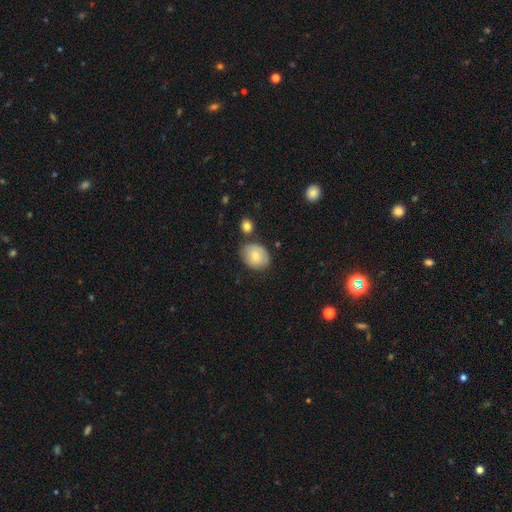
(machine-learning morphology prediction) smooth-or-featured: smooth: 74% | featured or disk: 19% | star or artifact: 7%
  how-rounded: in between: 53% | round: 46% | cigar-shaped: 1%
  merging: none: 69% | minor disturbance: 19% | merger: 8% | major disturbance: 4%